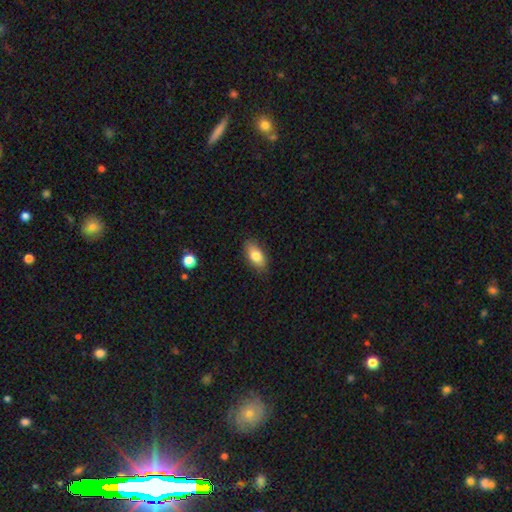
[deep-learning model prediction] smooth 80%, featured or disk 13%, star or artifact 7%. Down the decision tree: how rounded — in between (88%); merging — none (85%).